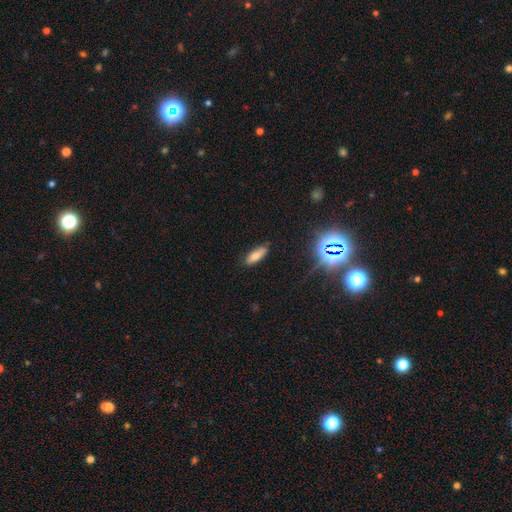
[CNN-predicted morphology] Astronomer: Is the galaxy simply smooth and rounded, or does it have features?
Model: smooth — 73%.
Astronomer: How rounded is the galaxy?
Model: in between — 61% (runner-up: cigar-shaped, 37%).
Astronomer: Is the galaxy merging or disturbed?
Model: none — 81%.